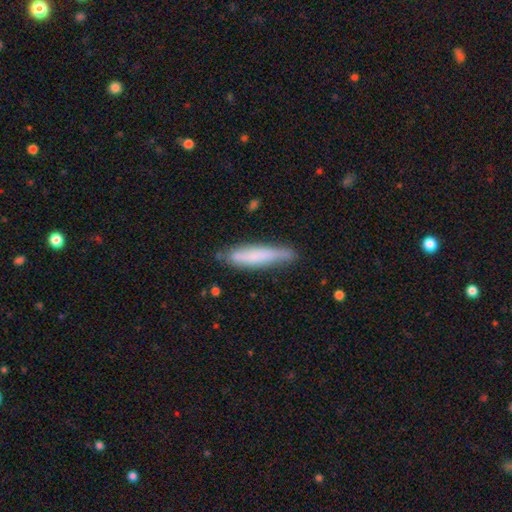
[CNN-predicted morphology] type=smooth (66%); roundness=cigar-shaped (86%); merging=none (67%).